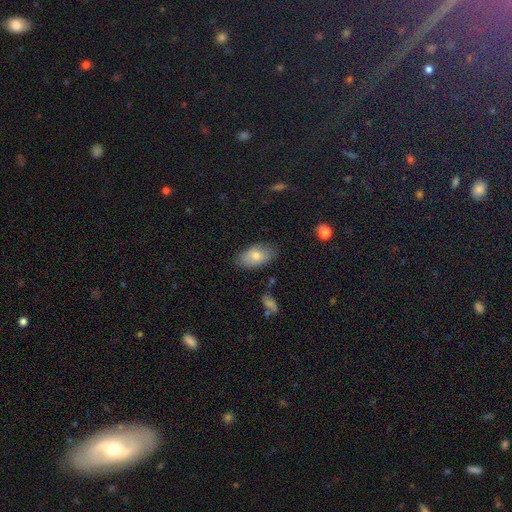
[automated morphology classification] smooth-or-featured: smooth: 71% | featured or disk: 20% | star or artifact: 9%
  how-rounded: in between: 92% | round: 6% | cigar-shaped: 2%
  merging: none: 79% | minor disturbance: 15% | major disturbance: 3% | merger: 2%